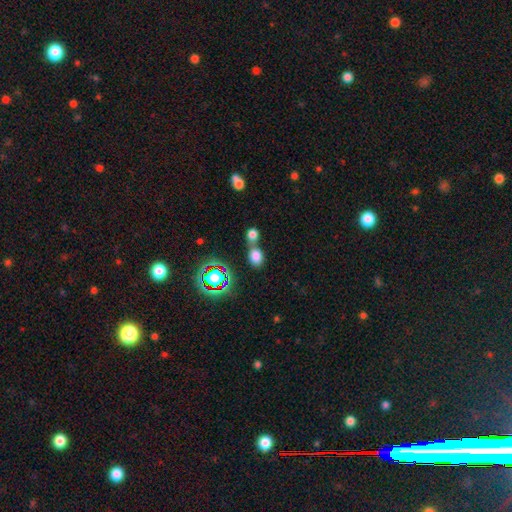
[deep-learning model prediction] The model was most divided on "merging": merger: 47%, none: 40%, minor disturbance: 9%, major disturbance: 4%. More confident: smooth or featured — smooth (75%); how rounded — in between (63%).